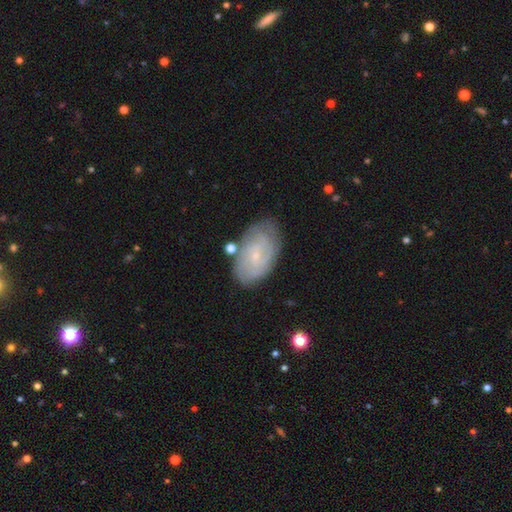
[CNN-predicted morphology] featured or disk 72%, smooth 22%, star or artifact 7%. Down the decision tree: edge-on disk — no (96%); bar — no (59%); spiral arms — yes (88%); spiral arm count — can't tell (46%); spiral winding — tight (68%); bulge size — small (81%); merging — none (72%).